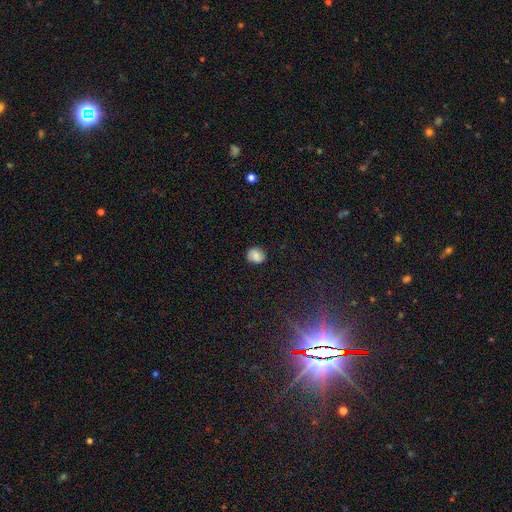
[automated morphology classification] Smooth or featured? Predicted: smooth (p=0.77). How rounded? Predicted: round (p=0.63). Merging? Predicted: none (p=0.83).